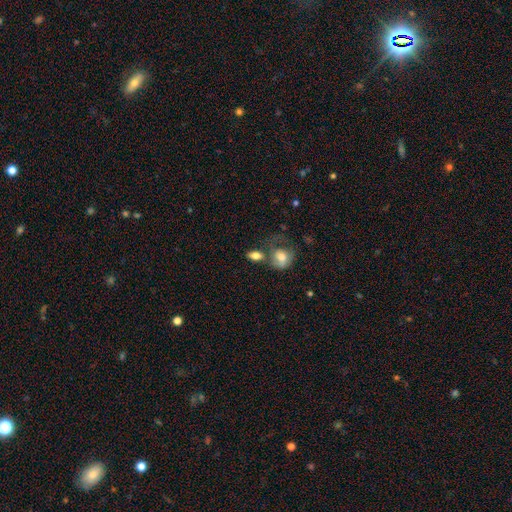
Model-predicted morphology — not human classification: type=smooth (78%); roundness=in between (80%); merging=none (50%).